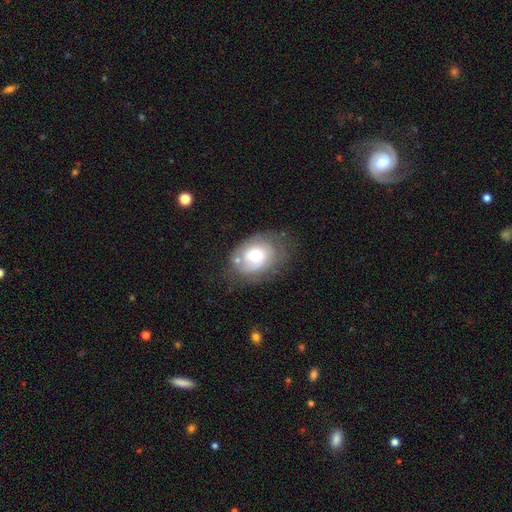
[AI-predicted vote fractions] This appears to be a smooth galaxy with no disk features (50%) that is in between round and cigar-shaped (62%). Merging: none (58%).